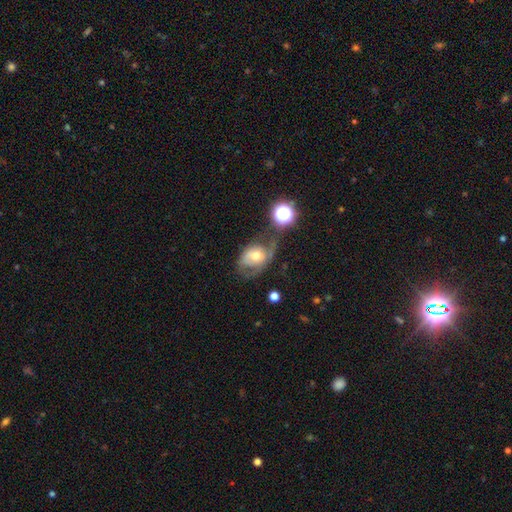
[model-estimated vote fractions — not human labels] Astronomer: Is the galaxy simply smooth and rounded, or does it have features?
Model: featured or disk — 50% (runner-up: smooth, 39%).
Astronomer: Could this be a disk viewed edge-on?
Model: no — 94%.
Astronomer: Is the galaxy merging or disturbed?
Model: major disturbance — 33% (runner-up: none, 31%).